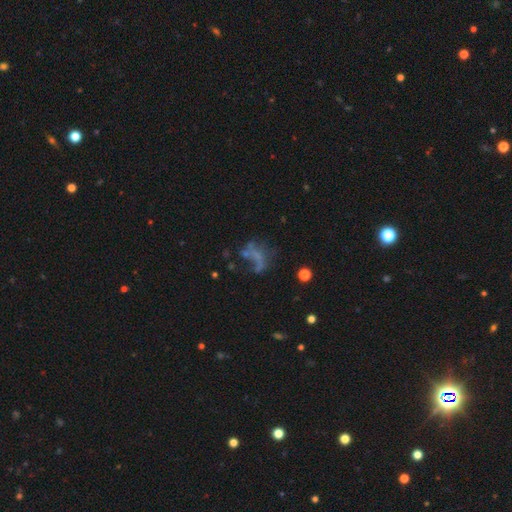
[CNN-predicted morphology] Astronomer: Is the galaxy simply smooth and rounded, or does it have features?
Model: featured or disk — 45% (runner-up: smooth, 32%).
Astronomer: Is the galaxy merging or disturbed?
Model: major disturbance — 38% (runner-up: none, 34%).